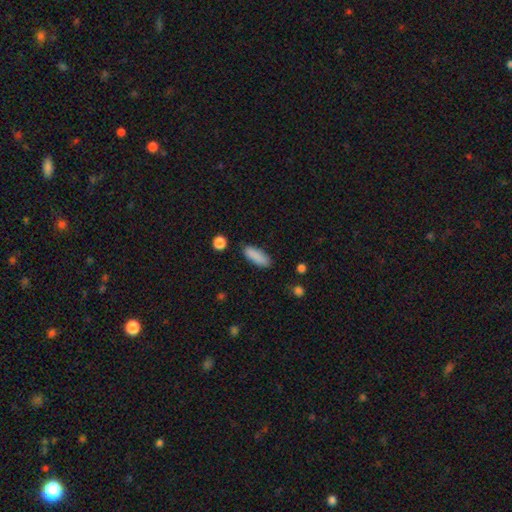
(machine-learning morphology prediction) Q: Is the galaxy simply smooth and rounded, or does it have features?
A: smooth — 88%.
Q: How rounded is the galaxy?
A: in between — 61%.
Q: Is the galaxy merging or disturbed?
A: none — 84%.